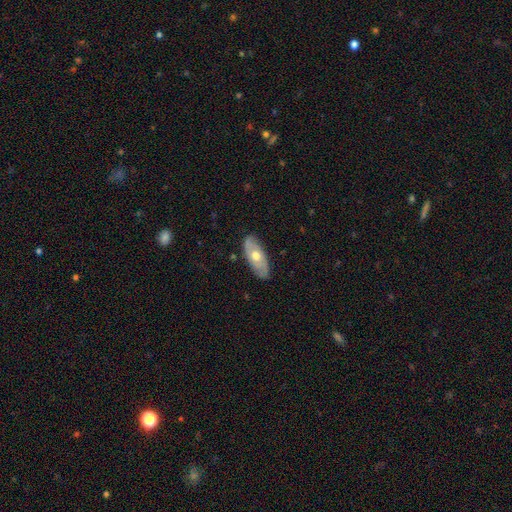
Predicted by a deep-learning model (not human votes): A featured or disk galaxy (52%). Merging: none (83%).